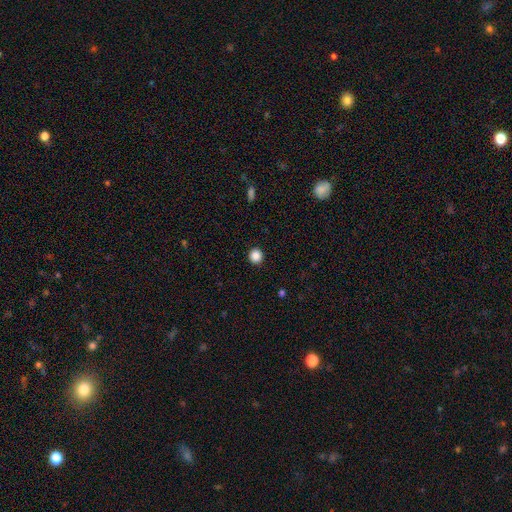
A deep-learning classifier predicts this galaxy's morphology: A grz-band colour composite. It shows a smooth galaxy with no disk features (88%) that is round (94%). Merging: none (93%).